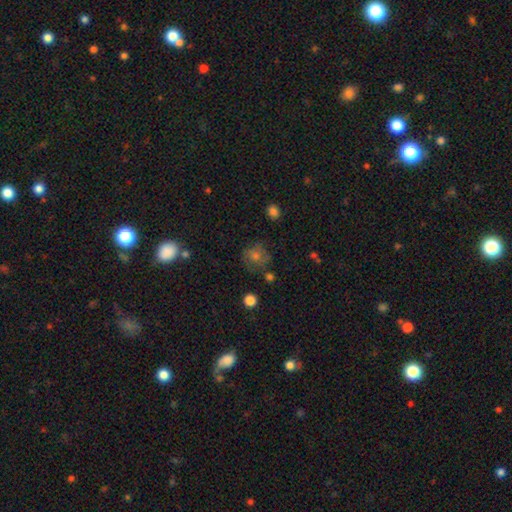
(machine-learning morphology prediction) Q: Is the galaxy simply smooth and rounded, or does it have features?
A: smooth — 55%.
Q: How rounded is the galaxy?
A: round — 81%.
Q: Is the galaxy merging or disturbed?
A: none — 69%.